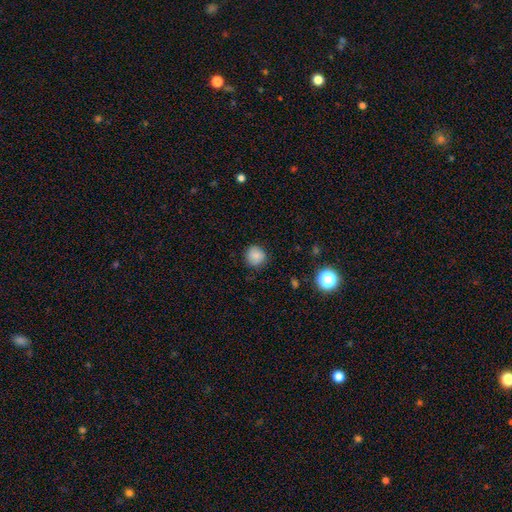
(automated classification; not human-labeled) A smooth galaxy with no disk features (84%) that is round (91%).

Vote fractions:
- Smooth or featured? smooth: 84% / star or artifact: 10% / featured or disk: 6%
- How rounded? round: 91% / in between: 8% / cigar-shaped: 1%
- Merging? none: 85% / minor disturbance: 11% / major disturbance: 3% / merger: 1%